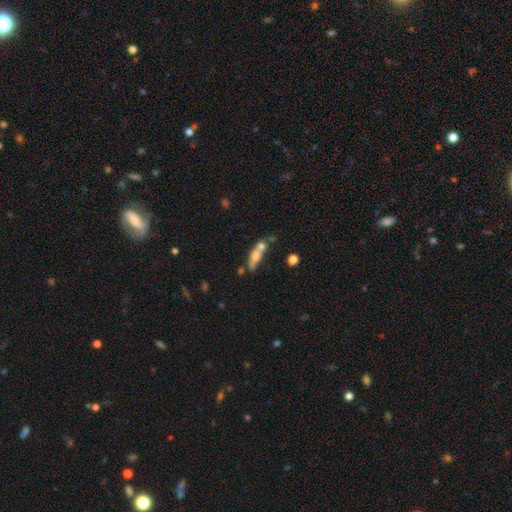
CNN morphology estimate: Overall: smooth (53%; featured or disk 38%). How rounded: cigar-shaped (49%; in between 43%). Merging: merger (45%; none 34%).